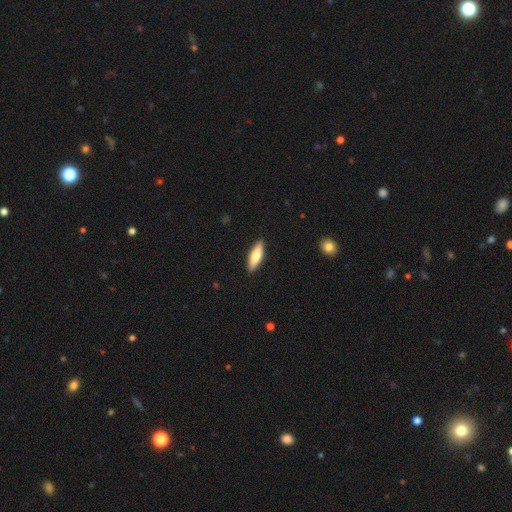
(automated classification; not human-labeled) Overall: smooth (75%). How rounded: in between (51%; cigar-shaped 47%). Merging: none (90%).